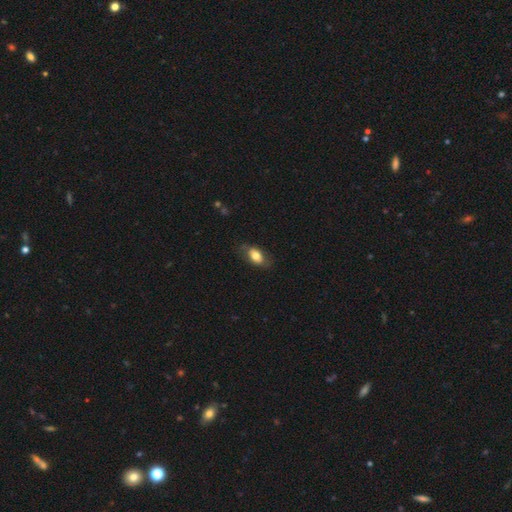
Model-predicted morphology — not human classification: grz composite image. It shows a smooth galaxy with no disk features (73%) that is in between round and cigar-shaped (87%). Merging: none (72%).